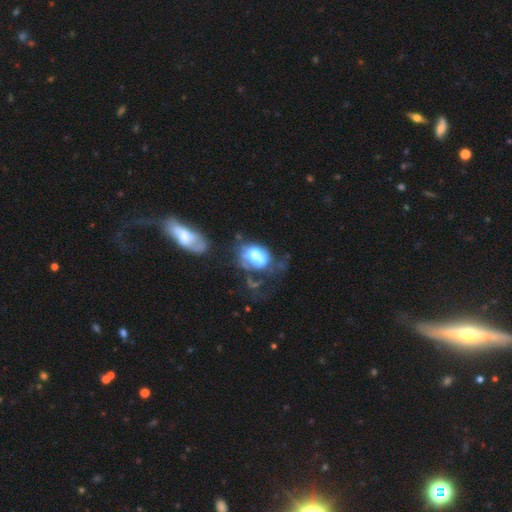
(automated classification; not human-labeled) Q: Smooth or featured?
A: smooth (45%); runner-up: featured or disk (43%)
Q: Merging?
A: major disturbance (34%); runner-up: merger (28%)